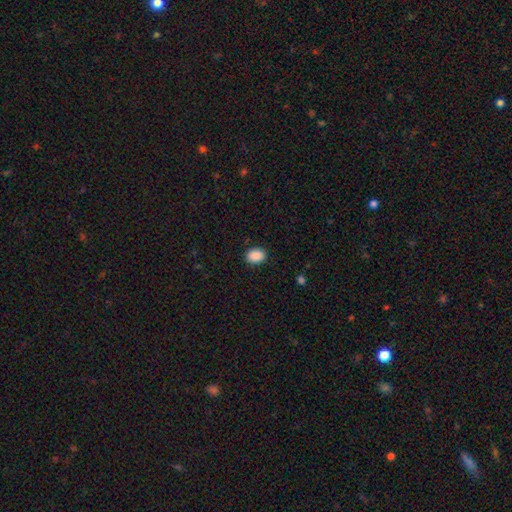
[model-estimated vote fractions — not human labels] Smooth or featured: smooth — 90% (star or artifact — 8%)
How rounded: in between — 66% (round — 33%)
Merging: none — 89% (minor disturbance — 8%)